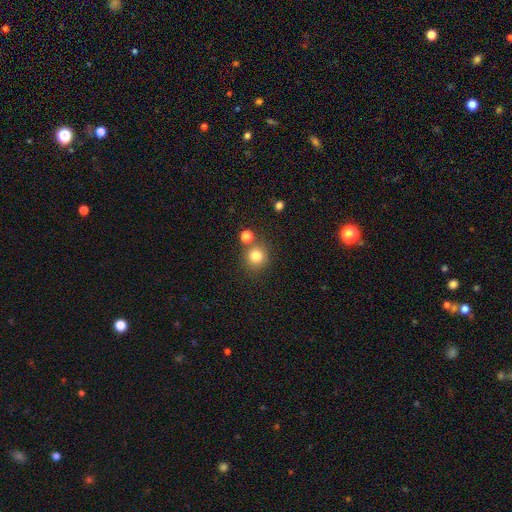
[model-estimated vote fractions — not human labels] Q: Smooth or featured?
A: smooth (81%); runner-up: star or artifact (12%)
Q: How rounded?
A: round (91%); runner-up: in between (8%)
Q: Merging?
A: none (75%); runner-up: merger (13%)